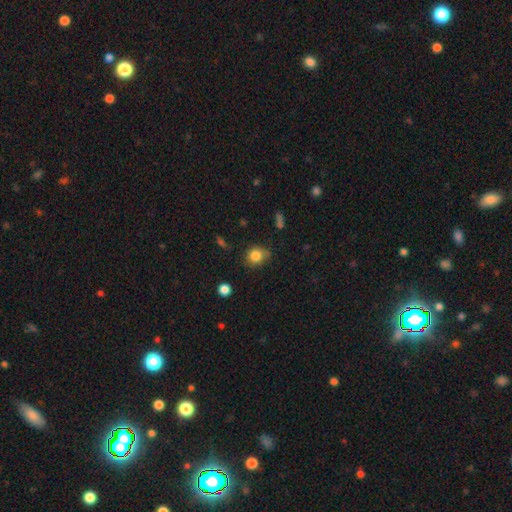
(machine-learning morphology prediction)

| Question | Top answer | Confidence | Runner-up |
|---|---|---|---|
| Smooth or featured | smooth | 83% | star or artifact (10%) |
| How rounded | round | 72% | in between (27%) |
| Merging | none | 71% | minor disturbance (22%) |